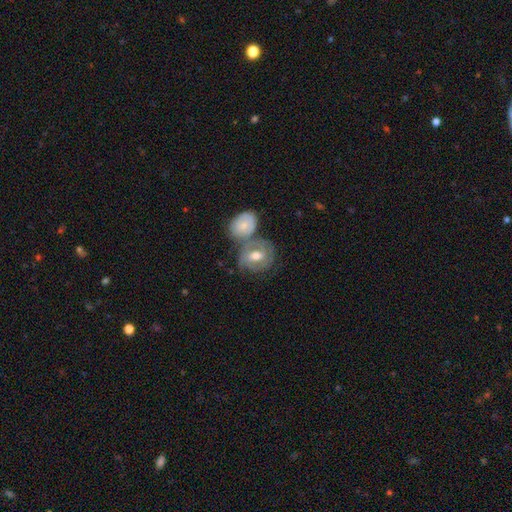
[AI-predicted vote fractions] smooth-or-featured: featured or disk: 70% | smooth: 24% | star or artifact: 7%
  disk-edge-on: no: 95% | yes: 5%
    bar: weak: 42% (tied) | no: 42% (tied) | strong: 16%
    has-spiral-arms: yes: 83% | no: 17%
      spiral-winding: tight: 64% | medium: 29% | loose: 7%
      spiral-arm-count: 2: 37% | can't tell: 36% | 3: 15% | 1: 6% | 4: 3% | more than 4: 3%
    bulge-size: moderate: 70% | small: 21% | large: 6% | none: 1% | dominant: 1%
  merging: none: 42% | merger: 40% | minor disturbance: 13% | major disturbance: 6%